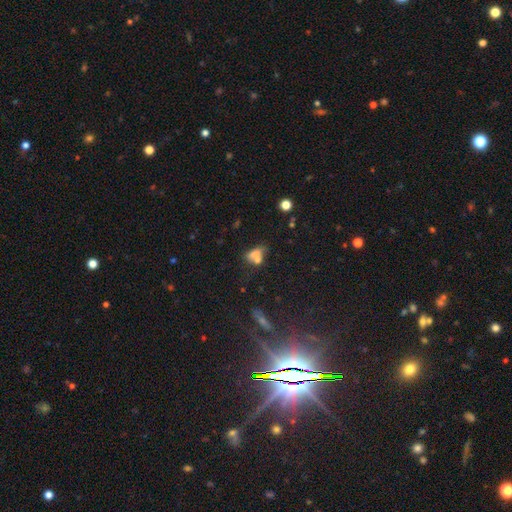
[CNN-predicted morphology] smooth 67%, featured or disk 18%, star or artifact 15%. Down the decision tree: how rounded — in between (74%); merging — merger (47%).